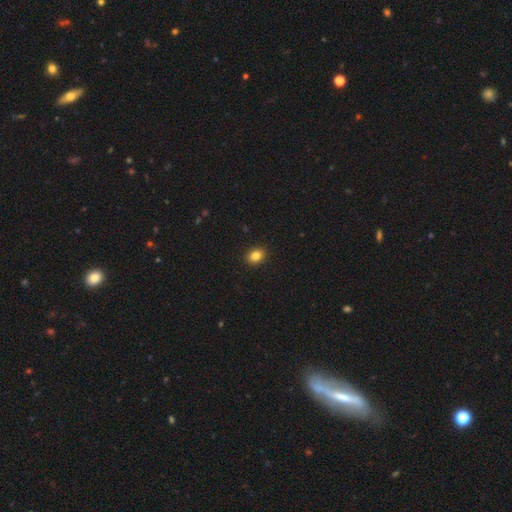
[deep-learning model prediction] This is clearly a smooth galaxy (84%). How rounded: possibly in between (54%). Merging: clearly none (91%).